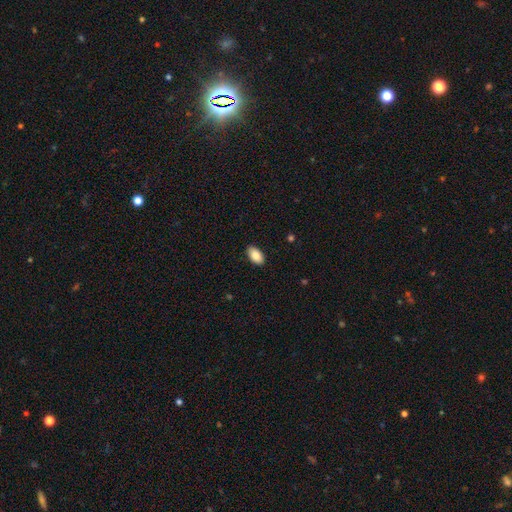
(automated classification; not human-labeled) Smooth or featured: smooth — 87% (star or artifact — 7%)
How rounded: in between — 94% (round — 4%)
Merging: none — 89% (minor disturbance — 8%)